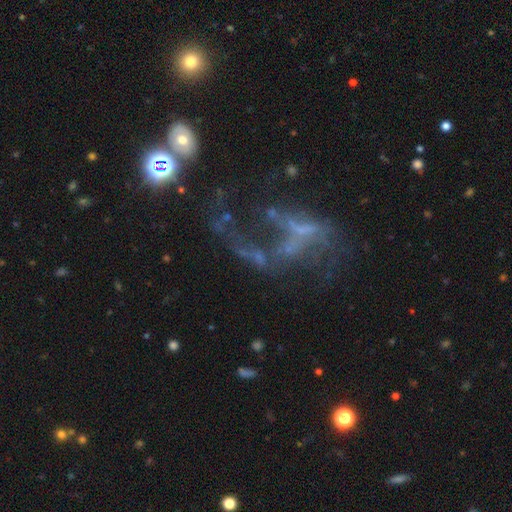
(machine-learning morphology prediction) smooth_or_featured: featured or disk (p=0.54) [alt: star or artifact p=0.29]
disk_edge_on: no (p=0.94) [alt: yes p=0.06]
bar: no (p=0.79) [alt: weak p=0.13]
has_spiral_arms: no (p=0.81) [alt: yes p=0.19]
bulge_size: none (p=0.72) [alt: small p=0.16]
merging: major disturbance (p=0.44) [alt: none p=0.29]